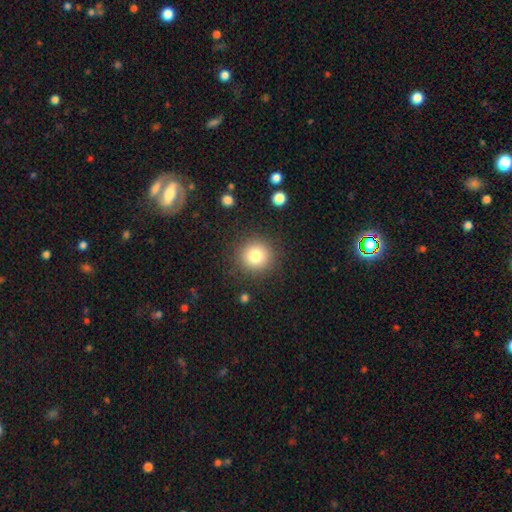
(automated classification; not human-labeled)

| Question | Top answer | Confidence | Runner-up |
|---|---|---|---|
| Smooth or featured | smooth | 80% | star or artifact (11%) |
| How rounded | round | 93% | in between (6%) |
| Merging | none | 87% | minor disturbance (8%) |